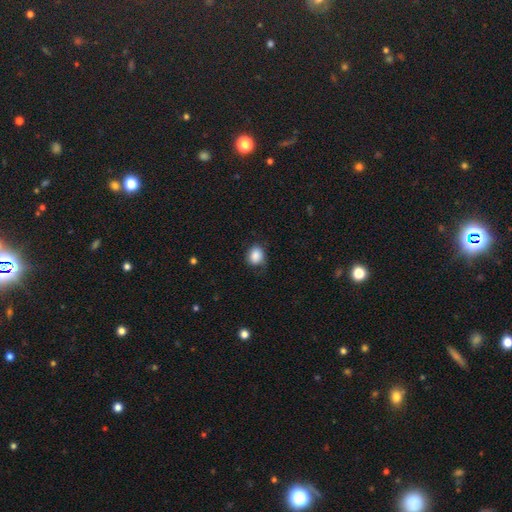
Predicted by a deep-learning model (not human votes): This is clearly a smooth galaxy (86%). How rounded: possibly in between (50%). Merging: likely none (67%).